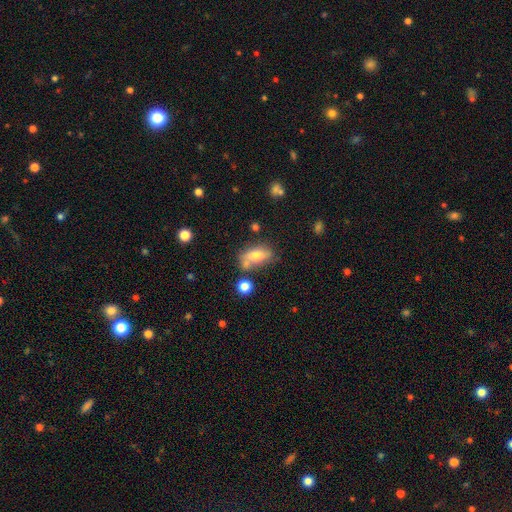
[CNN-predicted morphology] smooth 67%, featured or disk 22%, star or artifact 11%. Down the decision tree: how rounded — in between (84%); merging — none (51%).